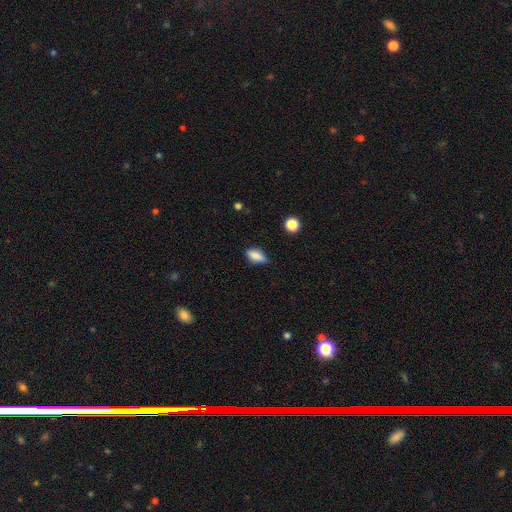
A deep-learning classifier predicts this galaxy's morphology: A smooth galaxy with no disk features (83%) that is in between round and cigar-shaped (84%). Merging: none (74%).